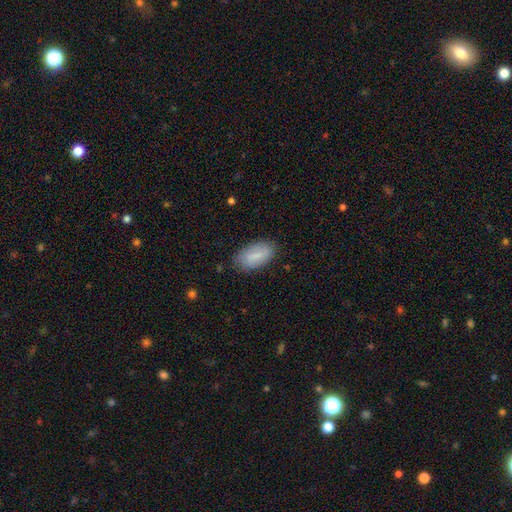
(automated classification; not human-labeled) Morphology: type=smooth (75%); roundness=in between (93%); merging=none (79%).